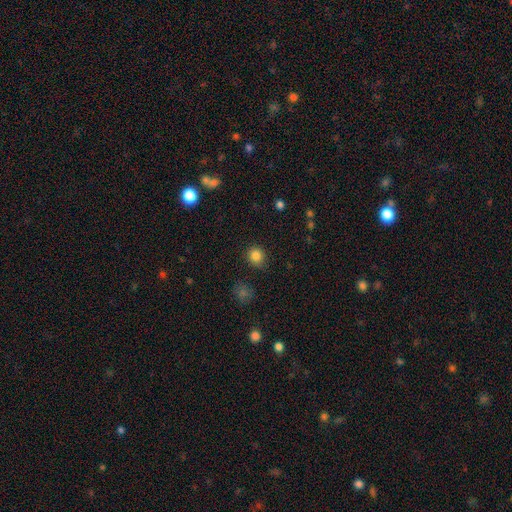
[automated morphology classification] Smooth or featured? Predicted: smooth (p=0.84). How rounded? Predicted: round (p=0.85). Merging? Predicted: none (p=0.87).